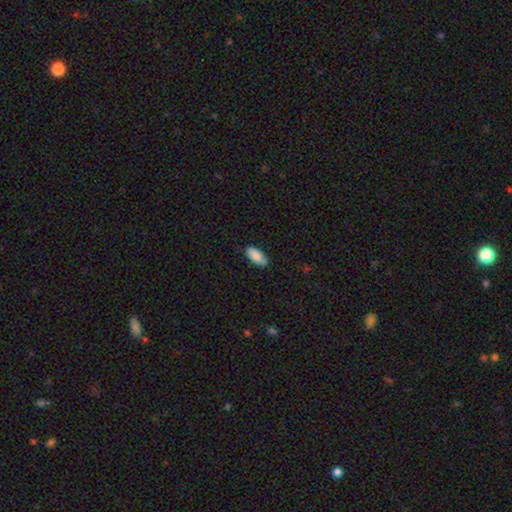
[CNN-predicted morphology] Smooth or featured?
  - smooth: 85% *
  - featured or disk: 9%
  - star or artifact: 6%
How rounded?
  - in between: 87% *
  - cigar-shaped: 11%
  - round: 2%
Merging?
  - none: 81% *
  - minor disturbance: 15%
  - major disturbance: 2%
  - merger: 1%